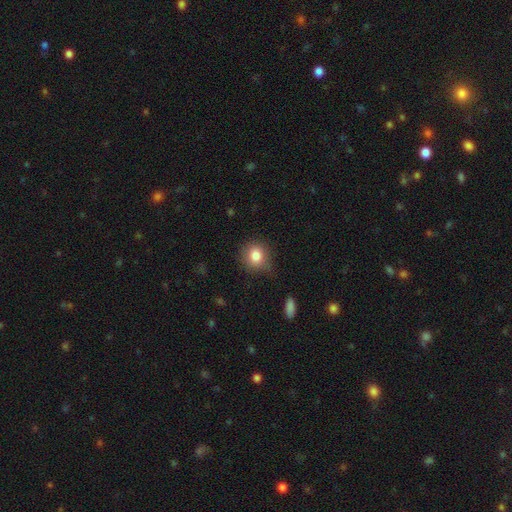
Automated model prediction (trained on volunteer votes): Smooth or featured?
  - smooth: 83% *
  - star or artifact: 10%
  - featured or disk: 7%
How rounded?
  - round: 80% *
  - in between: 19%
  - cigar-shaped: 1%
Merging?
  - none: 76% *
  - minor disturbance: 18%
  - major disturbance: 4%
  - merger: 2%